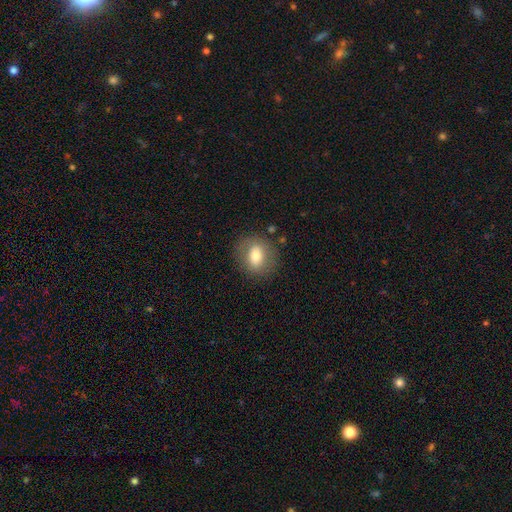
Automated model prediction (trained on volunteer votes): The model was most divided on "how rounded": round: 56%, in between: 43%, cigar-shaped: 2%. More confident: merging — none (82%); smooth or featured — smooth (67%).